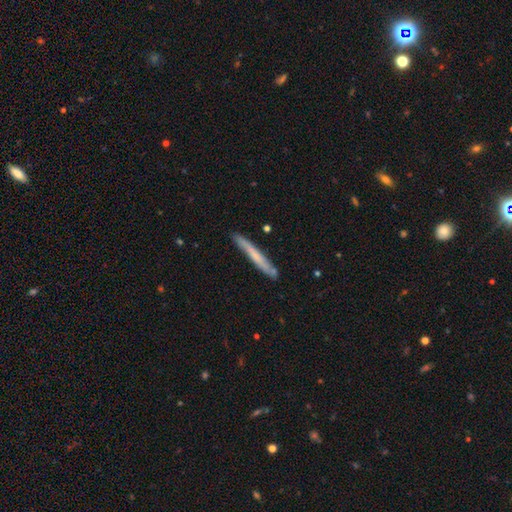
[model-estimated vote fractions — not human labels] Smooth or featured: smooth — 54% (featured or disk — 41%)
How rounded: cigar-shaped — 96% (in between — 3%)
Merging: none — 83% (minor disturbance — 13%)